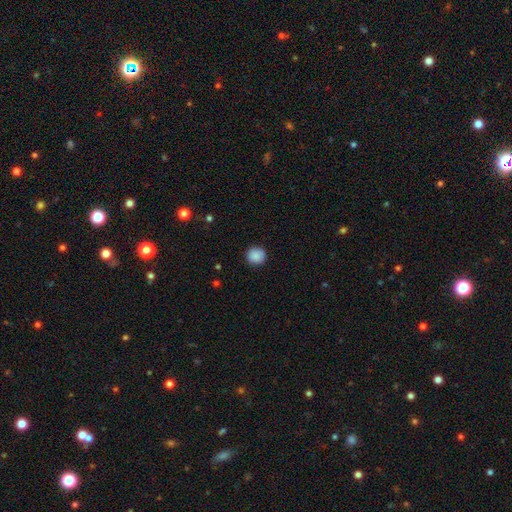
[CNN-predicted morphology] A smooth galaxy with no disk features (88%) that is round (93%). Merging: none (90%).